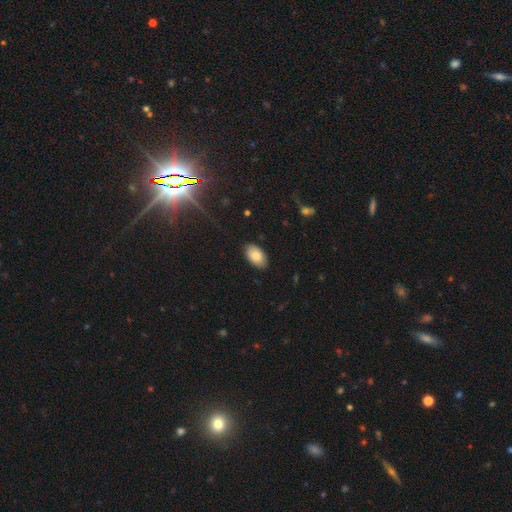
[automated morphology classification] This is clearly a smooth galaxy (83%). How rounded: clearly in between (94%). Merging: clearly none (87%).